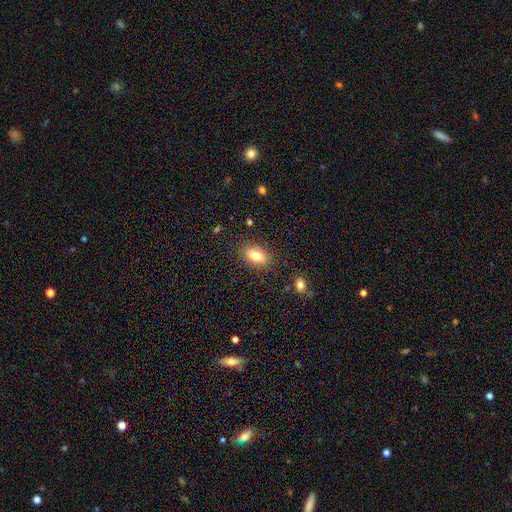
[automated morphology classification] Smooth or featured?
  - smooth: 80% *
  - featured or disk: 12%
  - star or artifact: 9%
How rounded?
  - in between: 88% *
  - round: 8%
  - cigar-shaped: 5%
Merging?
  - none: 84% *
  - minor disturbance: 11%
  - major disturbance: 3%
  - merger: 2%